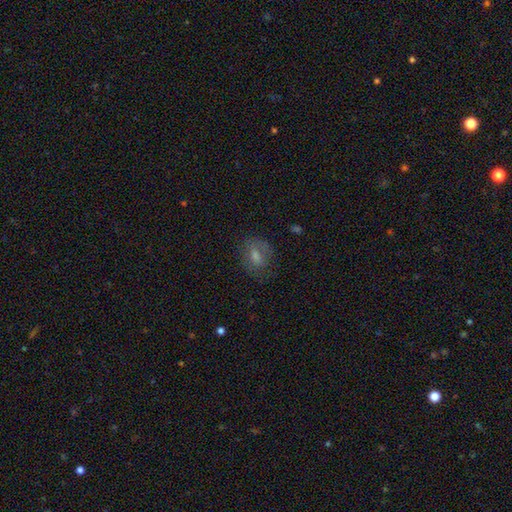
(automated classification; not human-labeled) smooth_or_featured: smooth (p=0.53) [alt: featured or disk p=0.27]
how_rounded: in between (p=0.55) [alt: round p=0.41]
merging: none (p=0.72) [alt: minor disturbance p=0.18]